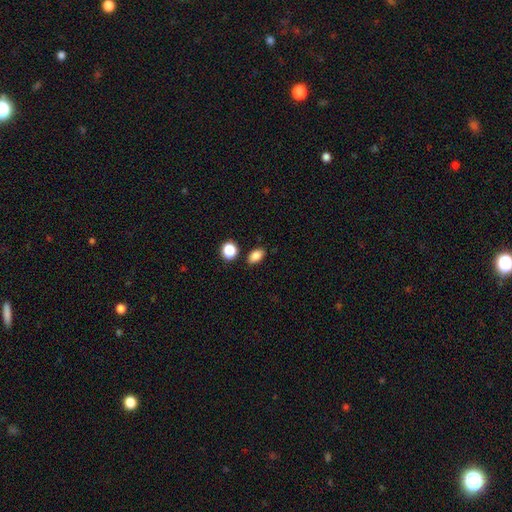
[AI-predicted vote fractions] smooth 85%, star or artifact 10%, featured or disk 5%. Down the decision tree: how rounded — in between (84%); merging — none (83%).